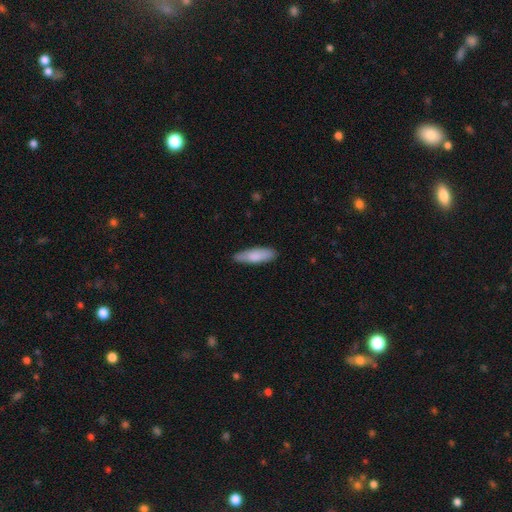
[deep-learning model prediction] Smooth or featured: smooth — 81% (featured or disk — 13%)
How rounded: cigar-shaped — 59% (in between — 39%)
Merging: none — 85% (minor disturbance — 12%)